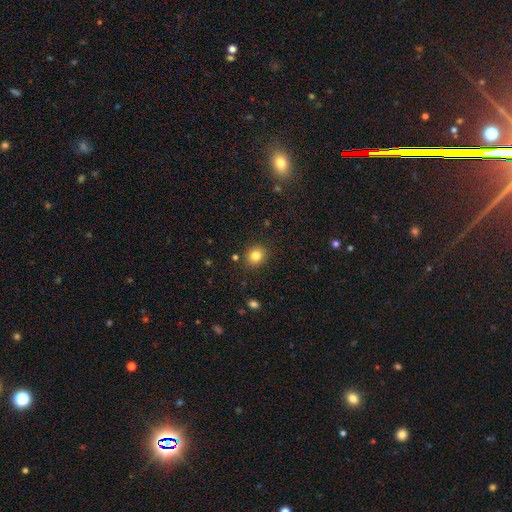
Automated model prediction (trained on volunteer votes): smooth-or-featured: smooth: 82% | star or artifact: 11% | featured or disk: 7%
  how-rounded: round: 76% | in between: 23% | cigar-shaped: 1%
  merging: none: 87% | minor disturbance: 8% | major disturbance: 2% | merger: 2%